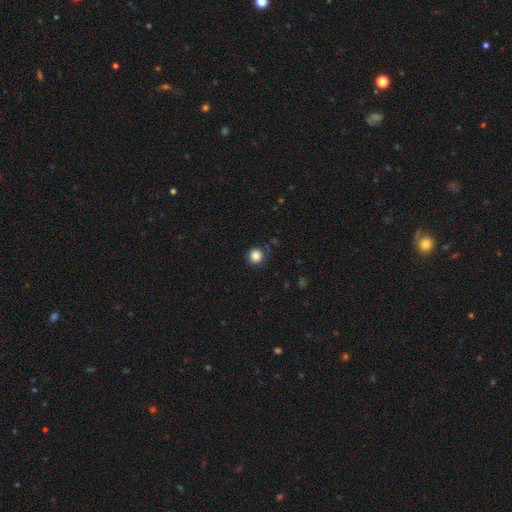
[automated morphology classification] Q: Smooth or featured?
A: smooth (84%); runner-up: star or artifact (11%)
Q: How rounded?
A: round (91%); runner-up: in between (8%)
Q: Merging?
A: none (83%); runner-up: minor disturbance (12%)